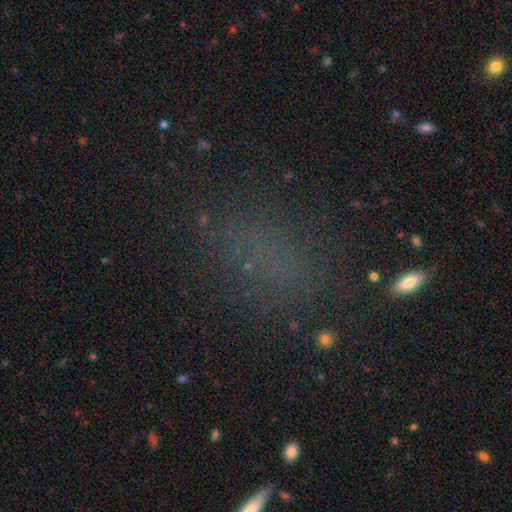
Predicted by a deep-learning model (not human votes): A smooth galaxy with no disk features (49%). Merging: none (69%).